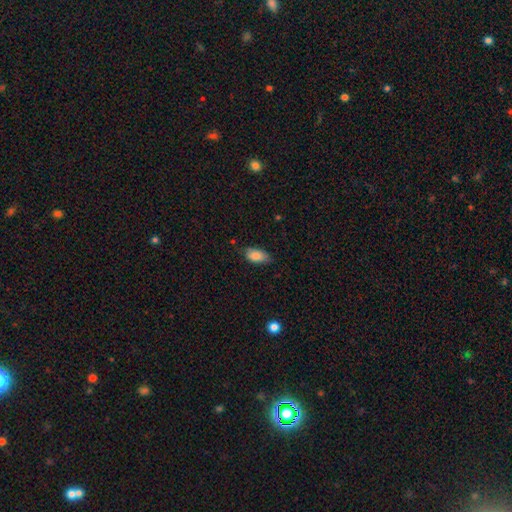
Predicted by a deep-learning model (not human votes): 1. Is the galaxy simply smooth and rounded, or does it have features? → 84% smooth, 9% featured or disk, 7% star or artifact.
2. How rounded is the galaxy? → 90% in between, 6% cigar-shaped, 4% round.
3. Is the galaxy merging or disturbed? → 72% none, 23% minor disturbance, 4% major disturbance, 1% merger.